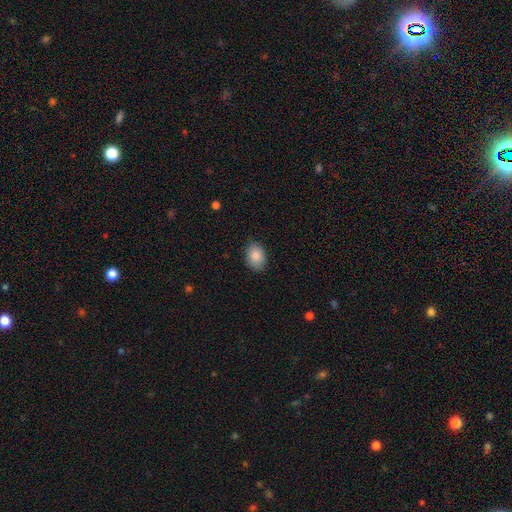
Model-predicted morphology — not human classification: Smooth or featured? smooth (86%)
How rounded? in between (76%)
Merging? none (85%)